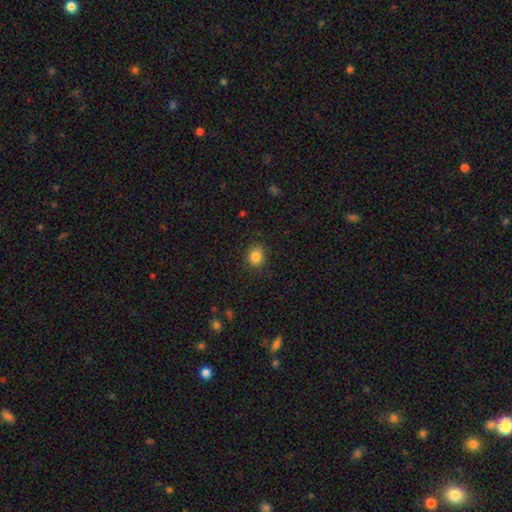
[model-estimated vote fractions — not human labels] A smooth galaxy with no disk features (84%) that is round (71%). Merging: none (85%).